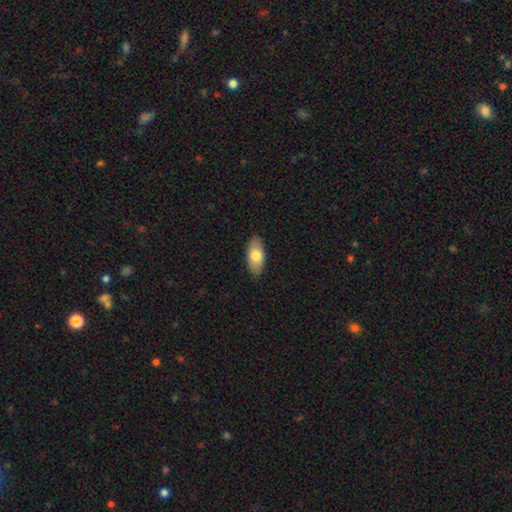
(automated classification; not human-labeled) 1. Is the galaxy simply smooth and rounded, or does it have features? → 75% smooth, 19% featured or disk, 6% star or artifact.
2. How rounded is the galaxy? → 89% in between, 9% cigar-shaped, 3% round.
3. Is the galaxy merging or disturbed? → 88% none, 9% minor disturbance, 2% major disturbance, 1% merger.